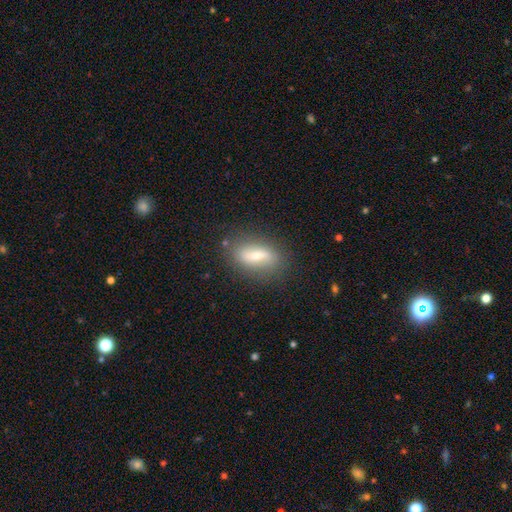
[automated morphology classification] smooth 52%, featured or disk 40%, star or artifact 9%. Down the decision tree: how rounded — in between (71%); merging — none (79%).